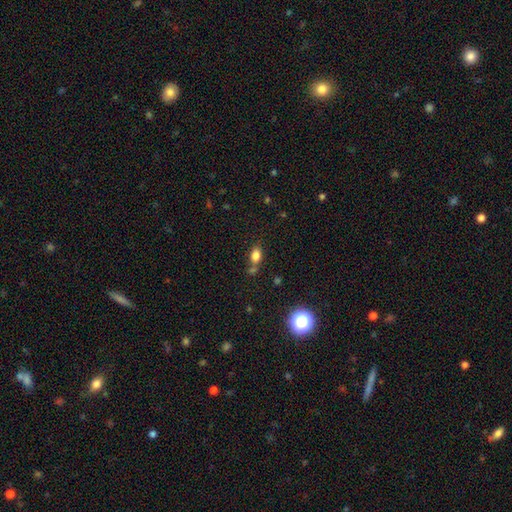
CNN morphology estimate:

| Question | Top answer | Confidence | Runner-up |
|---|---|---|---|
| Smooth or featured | smooth | 79% | star or artifact (13%) |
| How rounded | in between | 79% | round (17%) |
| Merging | none | 59% | merger (21%) |